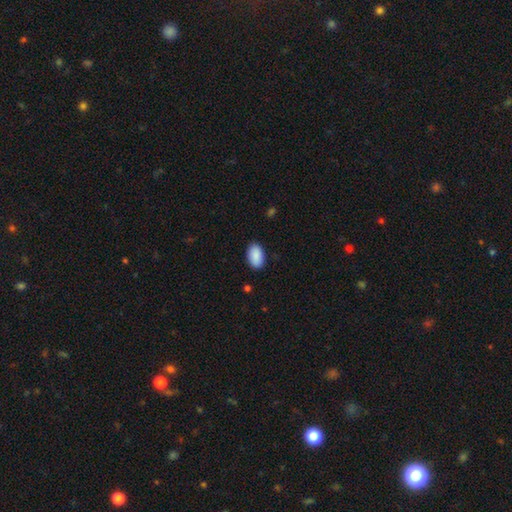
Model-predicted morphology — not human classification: A smooth galaxy with no disk features (90%) that is in between round and cigar-shaped (94%).

Vote fractions:
- Smooth or featured? smooth: 90% / star or artifact: 6% / featured or disk: 3%
- How rounded? in between: 94% / round: 5% / cigar-shaped: 1%
- Merging? none: 88% / minor disturbance: 9% / major disturbance: 2% / merger: 1%